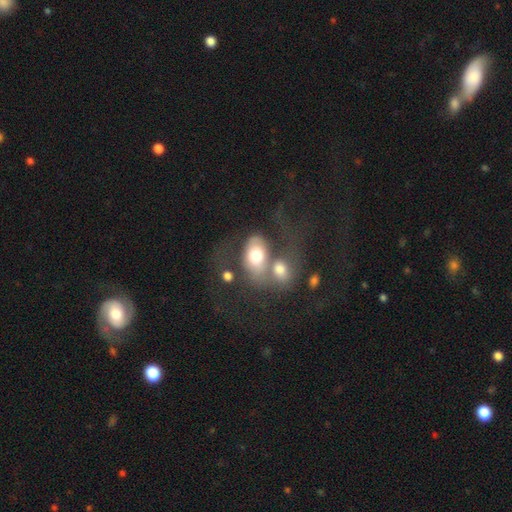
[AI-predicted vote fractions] Smooth or featured?
  - smooth: 60% *
  - featured or disk: 32%
  - star or artifact: 9%
How rounded?
  - in between: 83% *
  - round: 15%
  - cigar-shaped: 2%
Merging?
  - merger: 54% *
  - none: 19%
  - major disturbance: 17%
  - minor disturbance: 10%